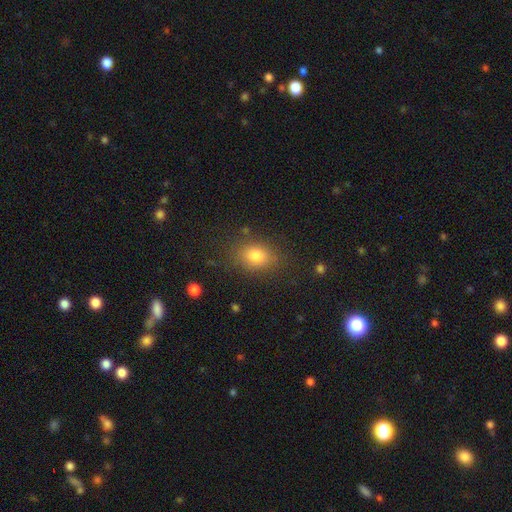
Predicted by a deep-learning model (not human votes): Smooth or featured? smooth (81%)
How rounded? in between (70%)
Merging? none (80%)